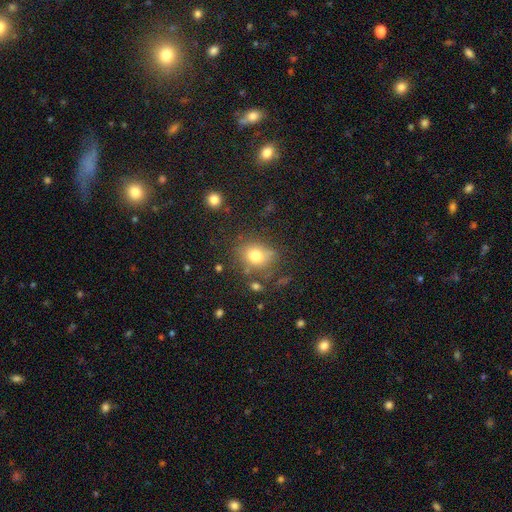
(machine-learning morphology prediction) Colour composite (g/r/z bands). It shows a smooth galaxy with no disk features (75%) that is round (60%). Merging: none (70%).